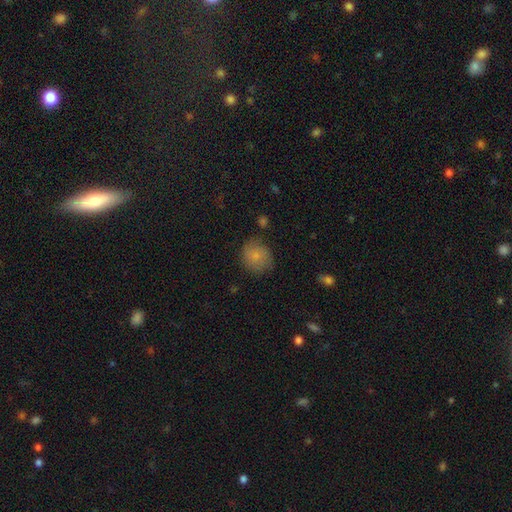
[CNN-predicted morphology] smooth_or_featured: smooth (p=0.79) [alt: featured or disk p=0.13]
how_rounded: round (p=0.83) [alt: in between p=0.16]
merging: none (p=0.71) [alt: minor disturbance p=0.21]